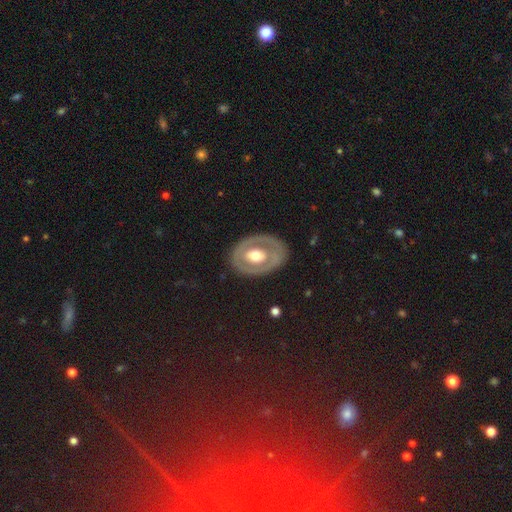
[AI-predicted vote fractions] A featured or disk galaxy (61%) with no bar (75%), no spiral arms (84%) and a moderate central bulge (63%). Merging: none (79%).